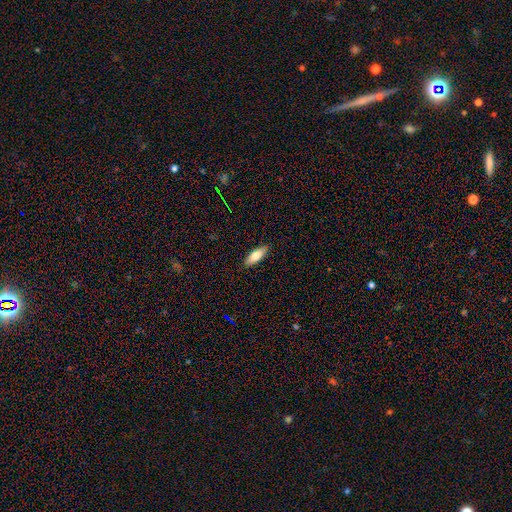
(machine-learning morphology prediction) Smooth or featured? Predicted: smooth (p=0.75). How rounded? Predicted: in between (p=0.66). Merging? Predicted: none (p=0.88).